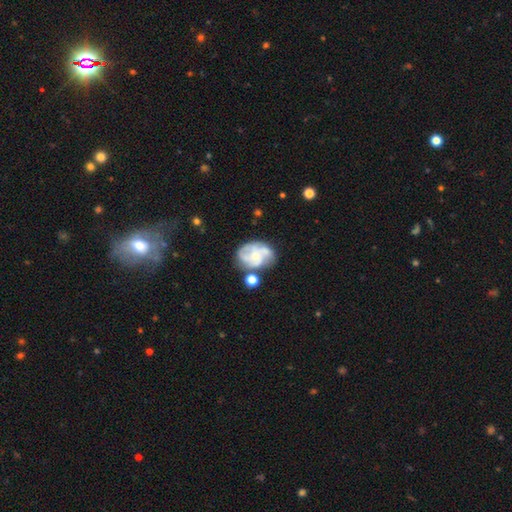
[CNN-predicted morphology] smooth_or_featured: featured or disk (p=0.73) [alt: smooth p=0.20]
disk_edge_on: no (p=0.98) [alt: yes p=0.02]
bar: no (p=0.73) [alt: weak p=0.23]
has_spiral_arms: yes (p=0.85) [alt: no p=0.15]
spiral_winding: medium (p=0.44) [alt: tight p=0.36]
spiral_arm_count: 3 (p=0.40) [alt: can't tell p=0.23]
bulge_size: small (p=0.59) [alt: moderate p=0.33]
merging: none (p=0.53) [alt: minor disturbance p=0.22]